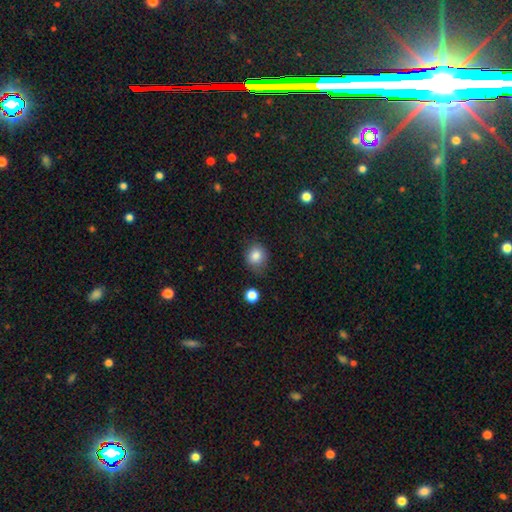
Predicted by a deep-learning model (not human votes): smooth_or_featured: smooth (p=0.84) [alt: star or artifact p=0.10]
how_rounded: round (p=0.72) [alt: in between p=0.27]
merging: none (p=0.73) [alt: minor disturbance p=0.19]